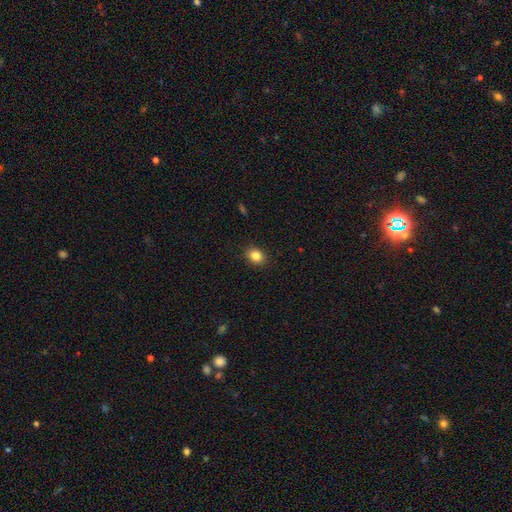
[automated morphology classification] This appears to be a smooth galaxy with no disk features (85%) that is in between round and cigar-shaped (54%). Merging: none (89%).